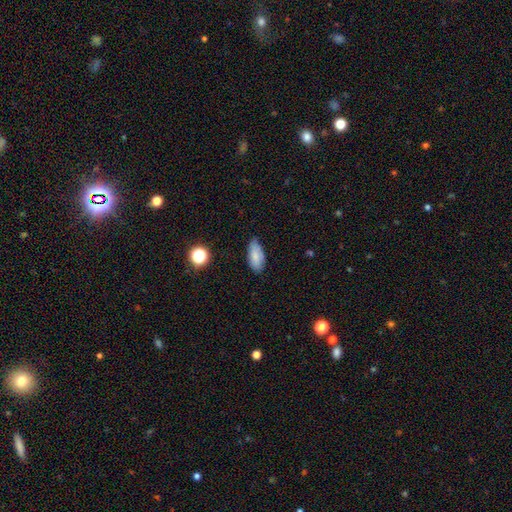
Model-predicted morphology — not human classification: A smooth galaxy with no disk features (77%) that is in between round and cigar-shaped (89%). Merging: none (68%).